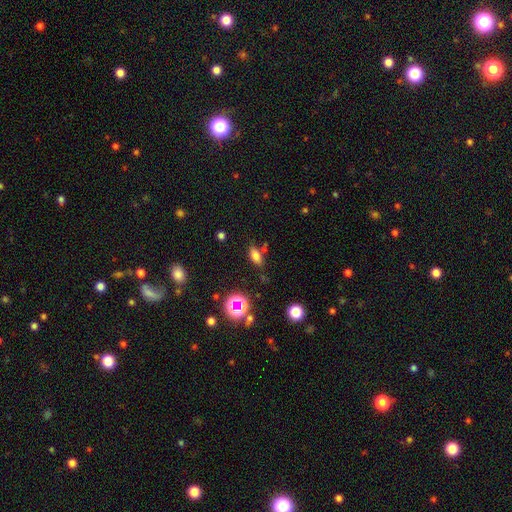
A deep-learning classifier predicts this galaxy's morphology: A smooth galaxy with no disk features (71%) that is in between round and cigar-shaped (80%).

Vote fractions:
- Smooth or featured? smooth: 71% / star or artifact: 16% / featured or disk: 13%
- How rounded? in between: 80% / cigar-shaped: 13% / round: 7%
- Merging? none: 75% / minor disturbance: 14% / merger: 7% / major disturbance: 4%